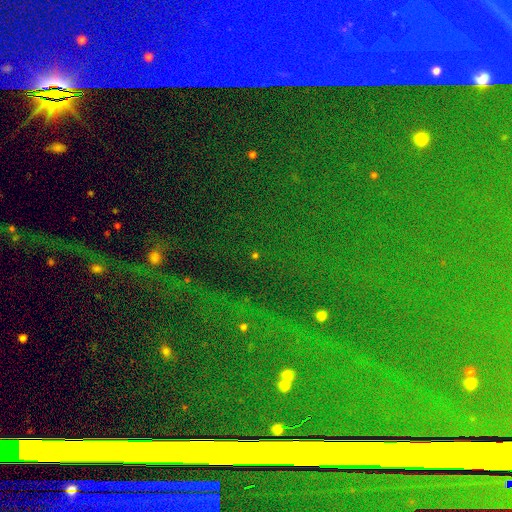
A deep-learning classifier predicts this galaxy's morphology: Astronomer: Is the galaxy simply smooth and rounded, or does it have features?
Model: star or artifact — 74%.